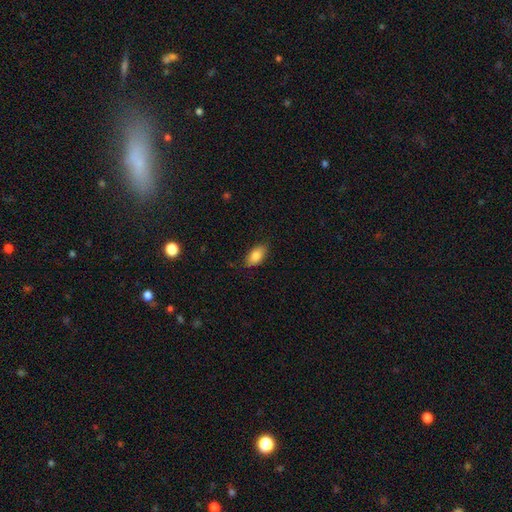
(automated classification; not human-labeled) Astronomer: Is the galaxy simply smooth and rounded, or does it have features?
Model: smooth — 83%.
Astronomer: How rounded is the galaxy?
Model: in between — 91%.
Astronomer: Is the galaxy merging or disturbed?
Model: none — 82%.